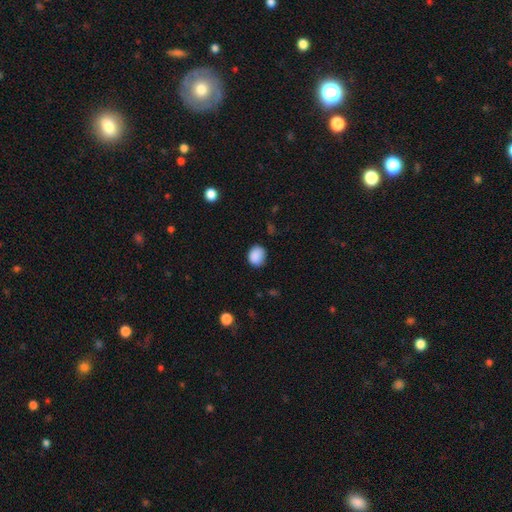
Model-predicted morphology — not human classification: smooth 88%, star or artifact 8%, featured or disk 3%. Down the decision tree: how rounded — round (58%); merging — none (78%).